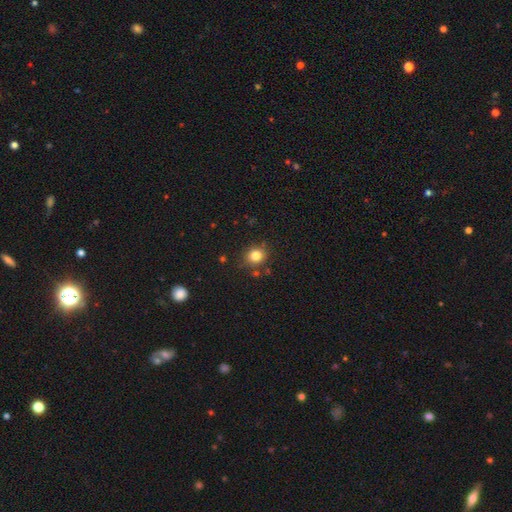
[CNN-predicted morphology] Smooth or featured: smooth — 81% (star or artifact — 12%)
How rounded: round — 79% (in between — 20%)
Merging: none — 81% (minor disturbance — 12%)